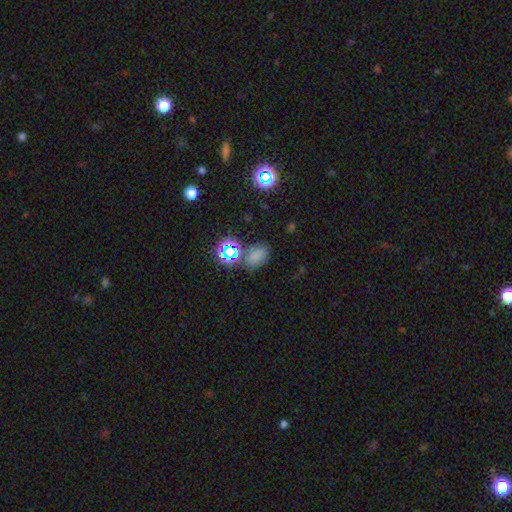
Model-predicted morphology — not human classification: This is likely a smooth galaxy (63%). How rounded: likely in between (74%). Merging: likely none (66%).